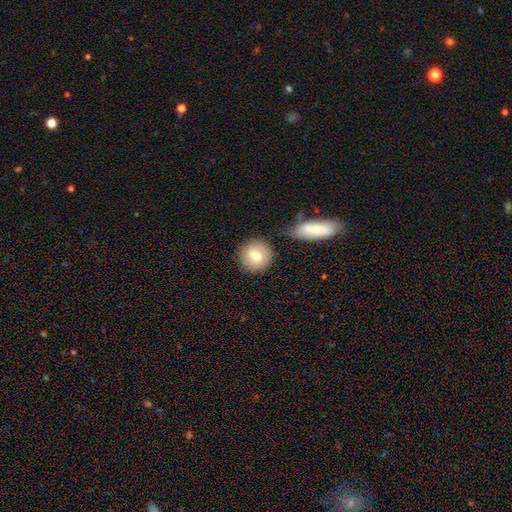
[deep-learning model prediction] Smooth or featured: smooth — 76% (featured or disk — 17%)
How rounded: round — 90% (in between — 9%)
Merging: none — 76% (minor disturbance — 11%)